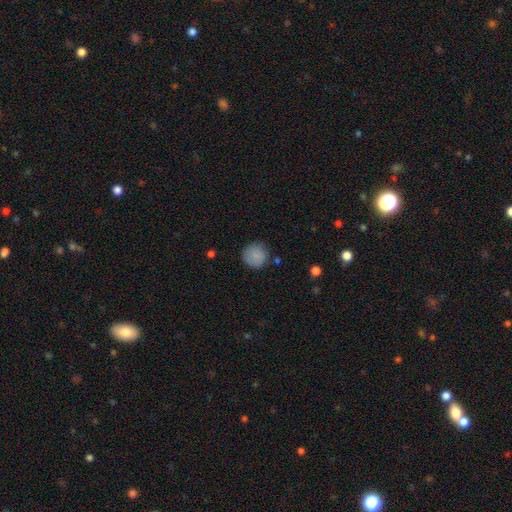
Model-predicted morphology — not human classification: Q: Smooth or featured?
A: smooth (86%); runner-up: star or artifact (8%)
Q: How rounded?
A: round (93%); runner-up: in between (6%)
Q: Merging?
A: none (81%); runner-up: minor disturbance (14%)